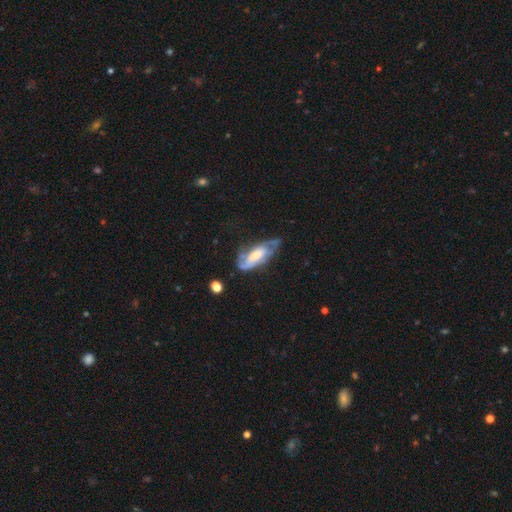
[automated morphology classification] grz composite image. It shows a featured or disk galaxy (73%) with no bar (40%), 2 (62%) medium (44%) spiral arms (87%) and a moderate central bulge (48%). Merging: none (48%).